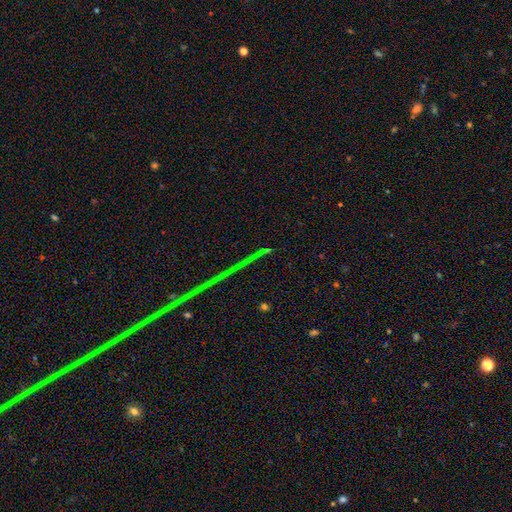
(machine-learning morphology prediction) smooth-or-featured: star or artifact: 82% | featured or disk: 11% | smooth: 8%